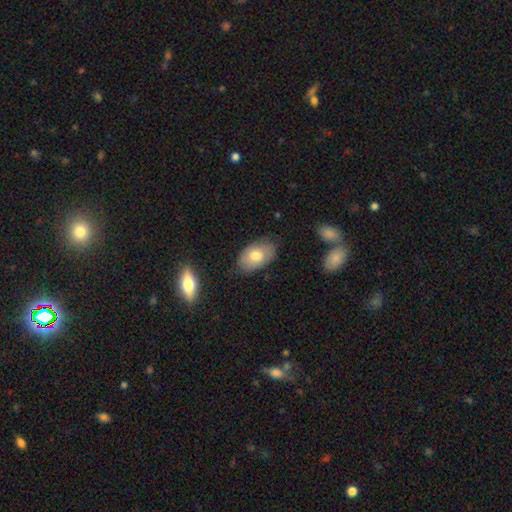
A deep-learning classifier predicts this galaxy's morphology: smooth 73%, featured or disk 20%, star or artifact 7%. Down the decision tree: how rounded — in between (91%); merging — none (75%).